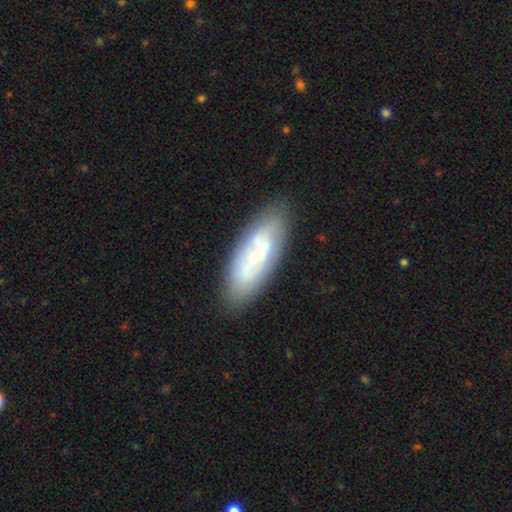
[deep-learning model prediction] This is possibly a featured or disk galaxy (51%). It is clearly not viewed edge-on (84%). Merging: likely none (77%).